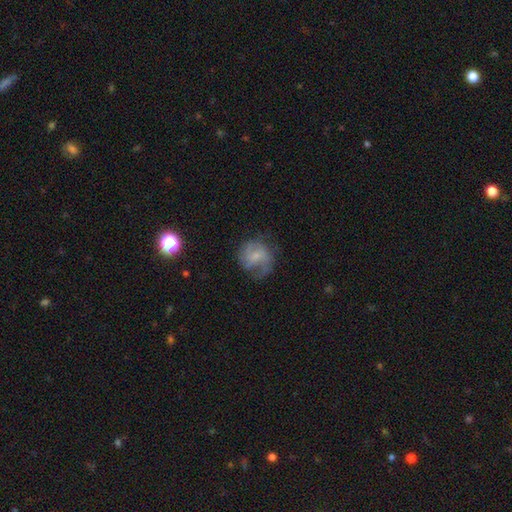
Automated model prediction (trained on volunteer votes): Morphology: type=featured or disk (58%); edge-on=no (98%); bar=no (61%); spiral arms=yes (80%); bulge=small (56%); merging=none (53%).